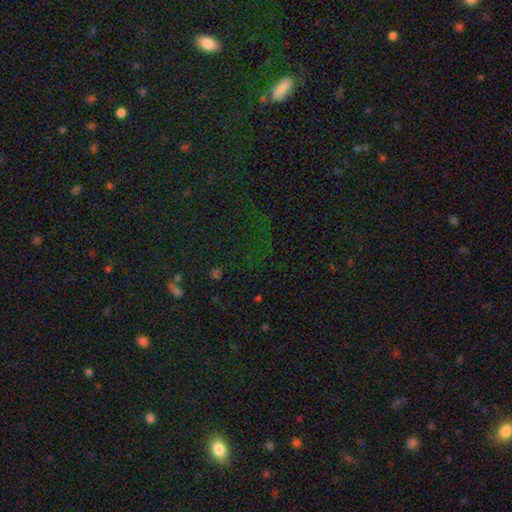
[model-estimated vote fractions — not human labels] This is likely a star or artifact rather than a galaxy (71%).